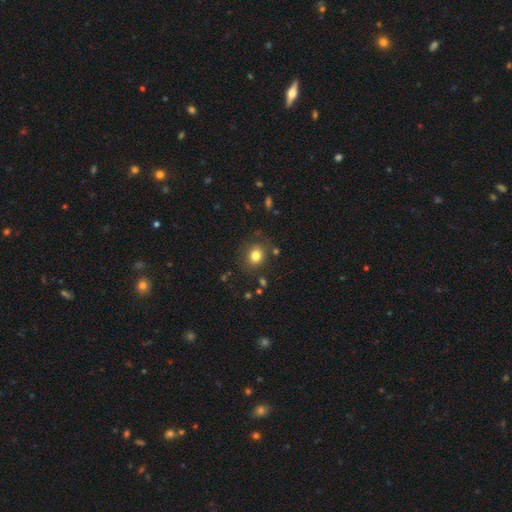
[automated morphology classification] A smooth galaxy with no disk features (81%) that is round (68%).

Vote fractions:
- Smooth or featured? smooth: 81% / star or artifact: 12% / featured or disk: 8%
- How rounded? round: 68% / in between: 31% / cigar-shaped: 1%
- Merging? none: 83% / minor disturbance: 11% / major disturbance: 4% / merger: 3%